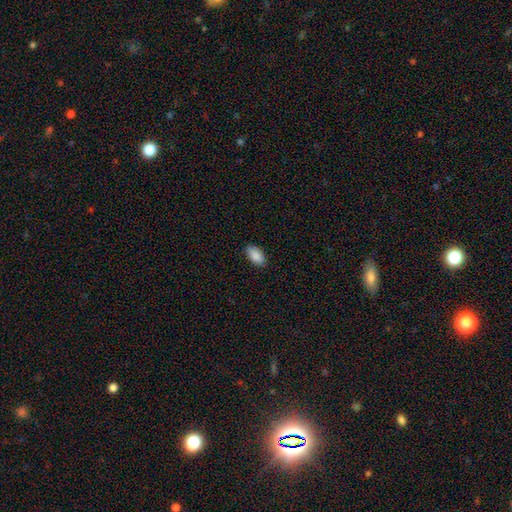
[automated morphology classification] A smooth galaxy with no disk features (89%) that is in between round and cigar-shaped (95%).

Vote fractions:
- Smooth or featured? smooth: 89% / star or artifact: 7% / featured or disk: 4%
- How rounded? in between: 95% / round: 3% / cigar-shaped: 2%
- Merging? none: 88% / minor disturbance: 9% / major disturbance: 2% / merger: 1%